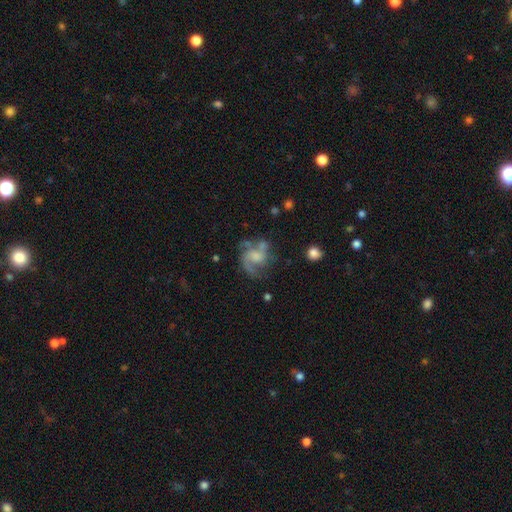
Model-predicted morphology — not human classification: Overall: featured or disk (67%). Edge-on disk: no (98%). Bar: no (63%; weak 31%). Spiral arms: yes (84%). Spiral arm count: 2 (53%; 1 20%). Spiral winding: medium (46%; loose 34%). Bulge size: none (35%; moderate 27%). Merging: none (45%; major disturbance 26%).